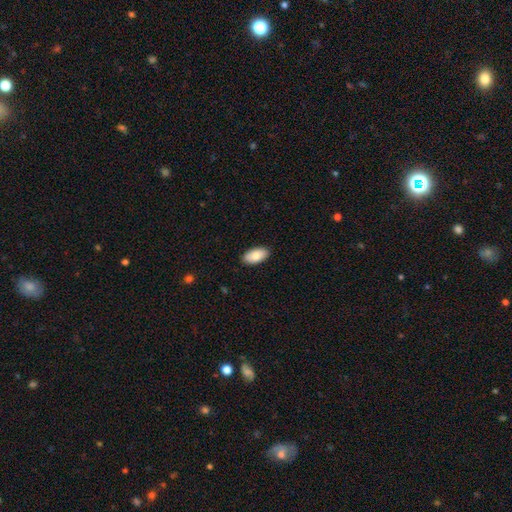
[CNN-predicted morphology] A smooth galaxy with no disk features (84%) that is in between round and cigar-shaped (94%).

Vote fractions:
- Smooth or featured? smooth: 84% / featured or disk: 10% / star or artifact: 6%
- How rounded? in between: 94% / cigar-shaped: 3% / round: 2%
- Merging? none: 89% / minor disturbance: 8% / major disturbance: 2% / merger: 1%